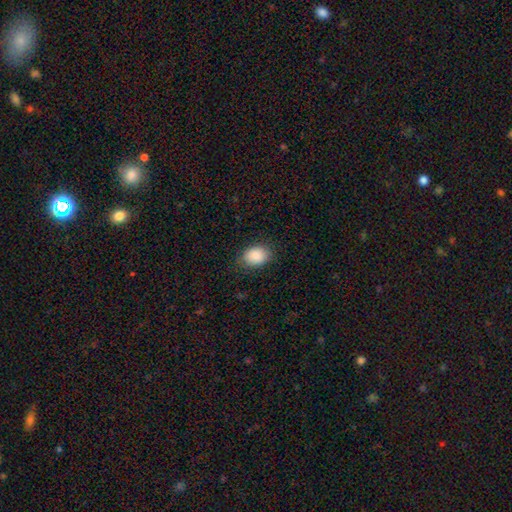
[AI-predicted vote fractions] Smooth or featured: smooth — 88% (star or artifact — 7%)
How rounded: in between — 75% (round — 24%)
Merging: none — 81% (minor disturbance — 14%)